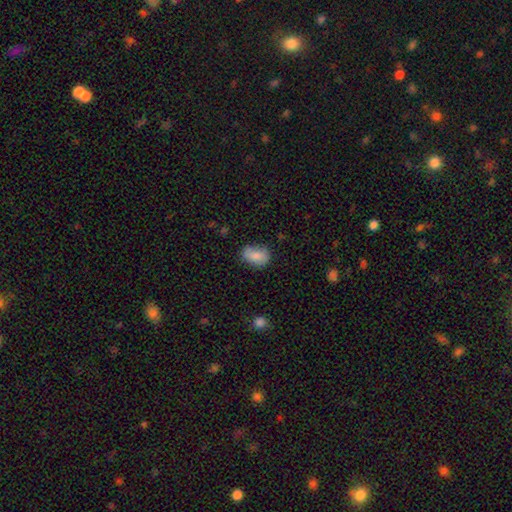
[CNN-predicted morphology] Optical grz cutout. It shows a smooth galaxy with no disk features (80%) that is in between round and cigar-shaped (80%). Merging: none (63%).